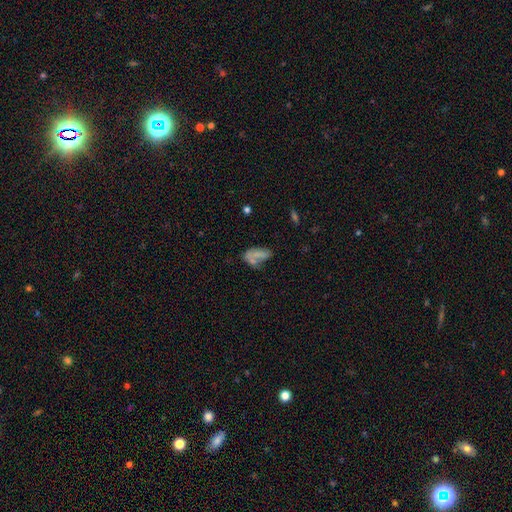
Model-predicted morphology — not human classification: Overall: smooth (63%; featured or disk 25%). How rounded: in between (83%). Merging: none (35%; merger 28%).